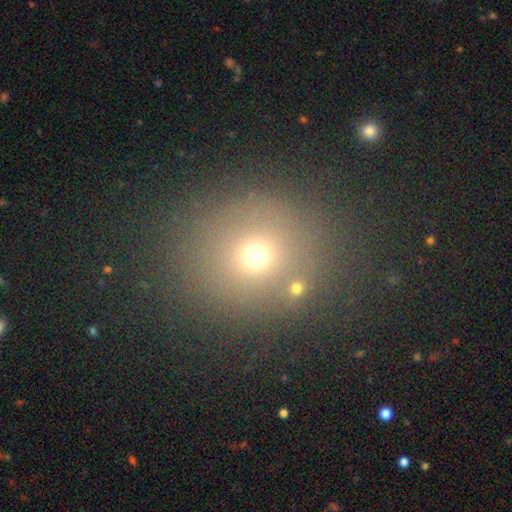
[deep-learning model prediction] smooth-or-featured: smooth: 67% | star or artifact: 22% | featured or disk: 11%
  how-rounded: round: 83% | in between: 16% | cigar-shaped: 1%
  merging: none: 80% | minor disturbance: 10% | major disturbance: 5% | merger: 5%